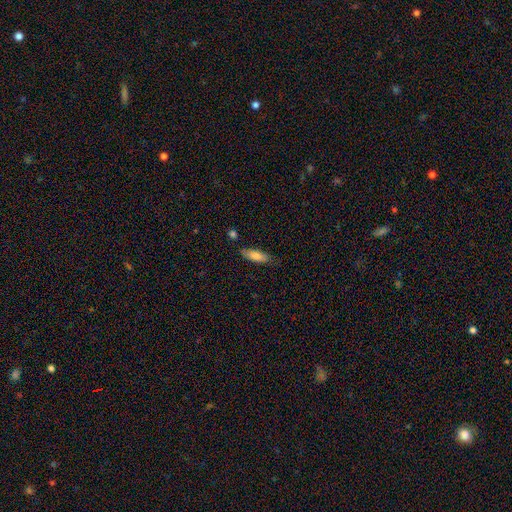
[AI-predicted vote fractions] Smooth or featured: smooth — 79% (featured or disk — 15%)
How rounded: in between — 55% (cigar-shaped — 43%)
Merging: none — 77% (minor disturbance — 17%)